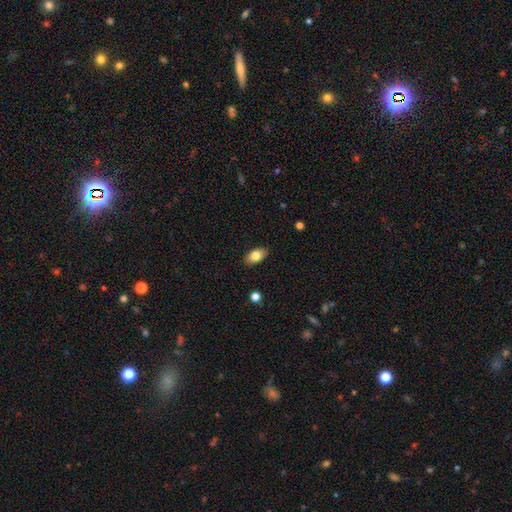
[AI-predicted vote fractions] Smooth or featured? Predicted: smooth (p=0.78). How rounded? Predicted: in between (p=0.91). Merging? Predicted: none (p=0.87).